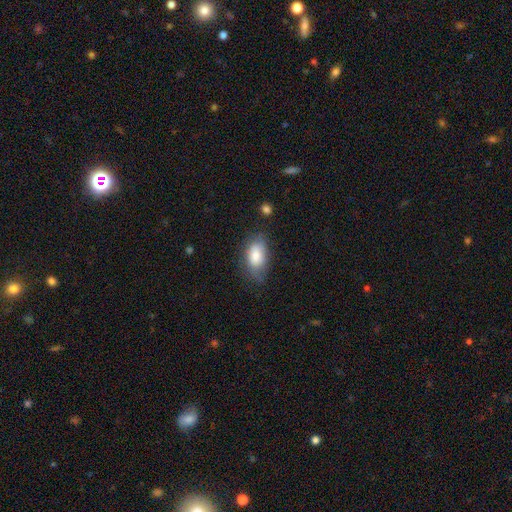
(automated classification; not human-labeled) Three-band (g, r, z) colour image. It shows a smooth galaxy with no disk features (80%) that is in between round and cigar-shaped (91%). Merging: none (60%).